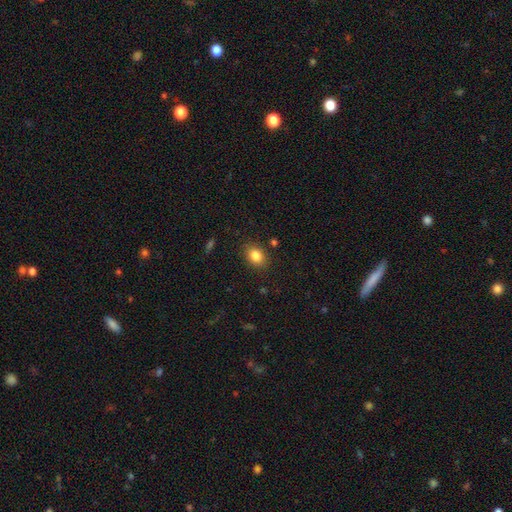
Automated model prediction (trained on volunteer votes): A smooth galaxy with no disk features (84%) that is in between round and cigar-shaped (67%). Merging: none (84%).